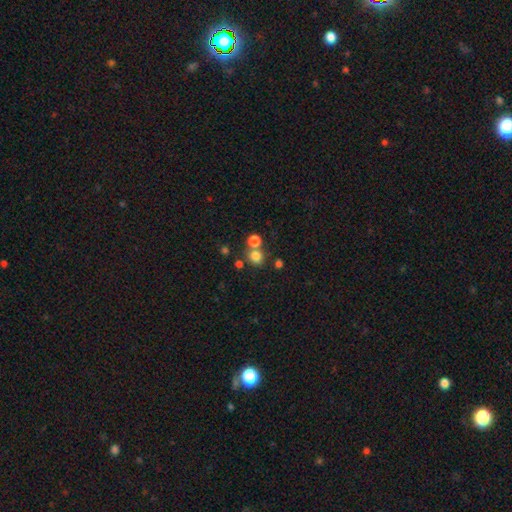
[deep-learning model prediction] smooth_or_featured: smooth (p=0.78) [alt: star or artifact p=0.16]
how_rounded: round (p=0.86) [alt: in between p=0.13]
merging: none (p=0.66) [alt: merger p=0.23]